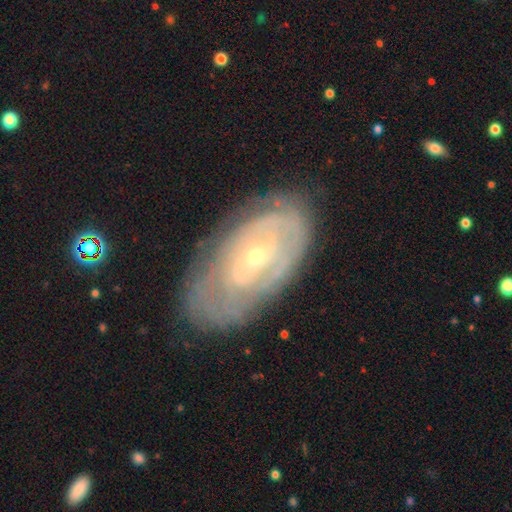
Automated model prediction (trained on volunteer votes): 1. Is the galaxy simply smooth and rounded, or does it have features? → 74% featured or disk, 19% smooth, 7% star or artifact.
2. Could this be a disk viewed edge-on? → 93% no, 7% yes.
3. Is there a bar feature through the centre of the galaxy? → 69% no, 24% weak, 7% strong.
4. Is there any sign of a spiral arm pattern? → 65% yes, 35% no.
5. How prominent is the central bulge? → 74% small, 23% moderate, 1% large, 1% none, 1% dominant.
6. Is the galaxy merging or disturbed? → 70% none, 20% minor disturbance, 8% major disturbance, 2% merger.